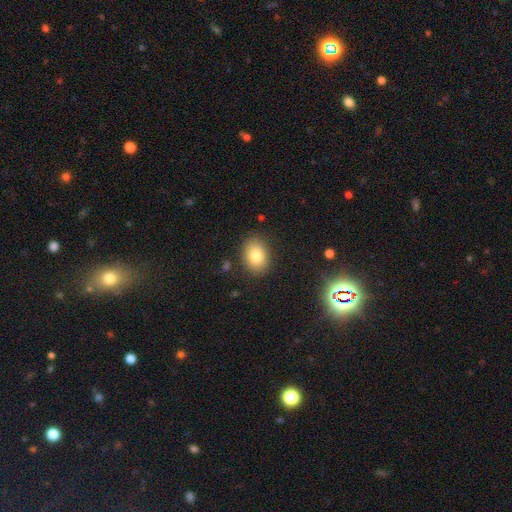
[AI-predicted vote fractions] Smooth or featured? Predicted: smooth (p=0.82). How rounded? Predicted: in between (p=0.68). Merging? Predicted: none (p=0.86).